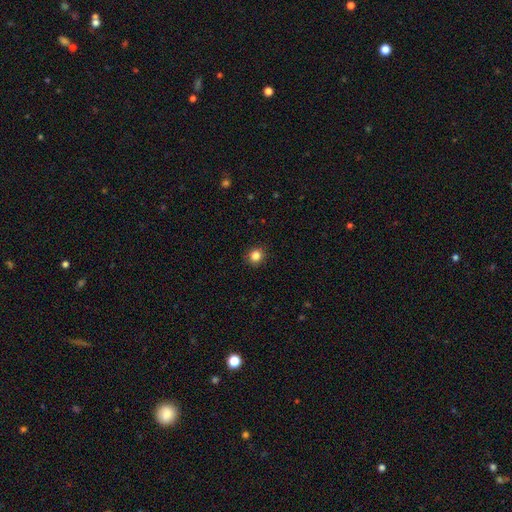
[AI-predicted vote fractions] smooth 85%, star or artifact 11%, featured or disk 4%. Down the decision tree: how rounded — round (89%); merging — none (91%).